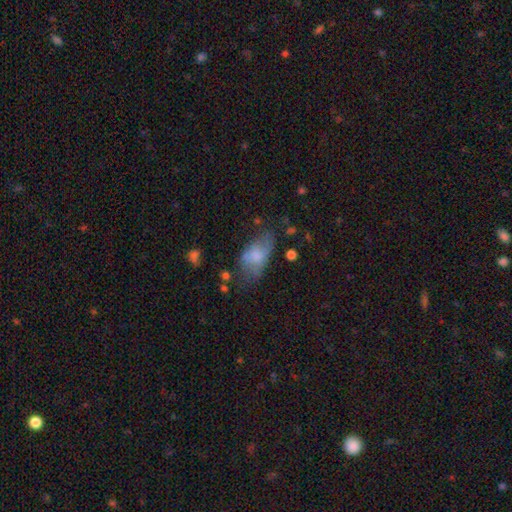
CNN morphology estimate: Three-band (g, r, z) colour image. It shows a smooth galaxy with no disk features (62%) that is in between round and cigar-shaped (90%). Merging: none (41%).